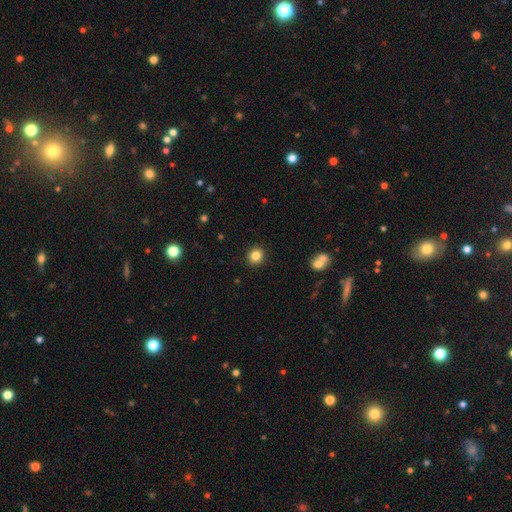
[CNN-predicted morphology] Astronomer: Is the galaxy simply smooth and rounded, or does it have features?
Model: smooth — 83%.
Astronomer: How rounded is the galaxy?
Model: round — 88%.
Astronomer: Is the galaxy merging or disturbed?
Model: none — 92%.